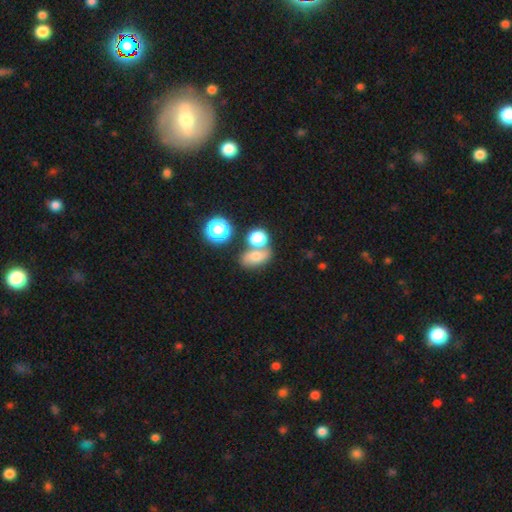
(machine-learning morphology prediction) The model was most divided on "merging": none: 46%, merger: 36%, minor disturbance: 12%, major disturbance: 6%. More confident: smooth or featured — smooth (70%); how rounded — in between (65%).